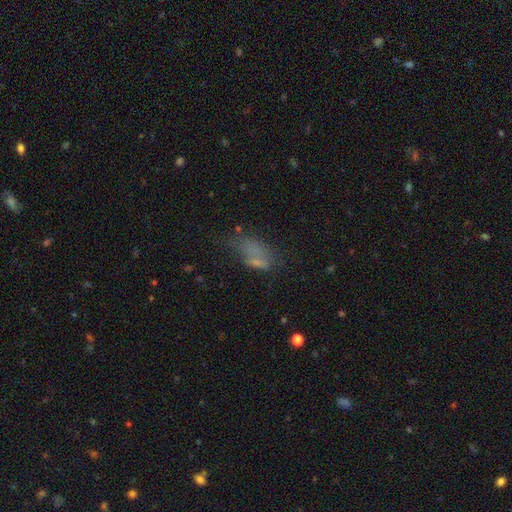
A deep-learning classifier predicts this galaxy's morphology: A smooth galaxy with no disk features (56%) that is in between round and cigar-shaped (84%). Merging: none (35%).